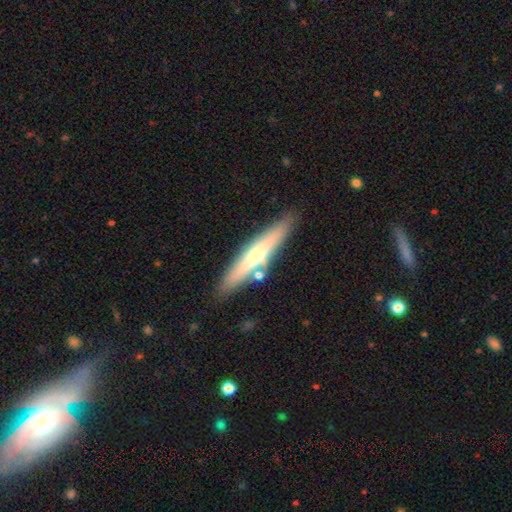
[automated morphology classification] This appears to be a featured or disk galaxy (47%, tied with smooth). Merging: none (81%).